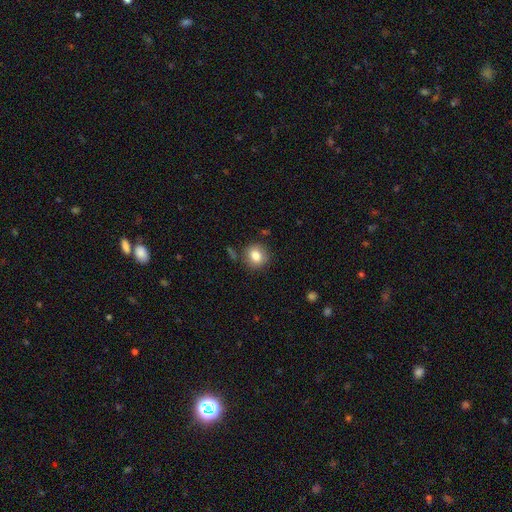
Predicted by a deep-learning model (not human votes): Smooth or featured? Predicted: smooth (p=0.82). How rounded? Predicted: round (p=0.81). Merging? Predicted: none (p=0.84).